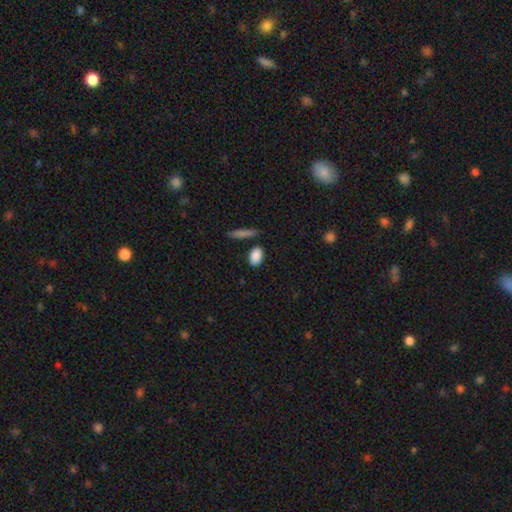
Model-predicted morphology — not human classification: The model was most divided on "merging": none: 82%, minor disturbance: 10%, merger: 5%, major disturbance: 3%. More confident: smooth or featured — smooth (88%); how rounded — in between (88%).